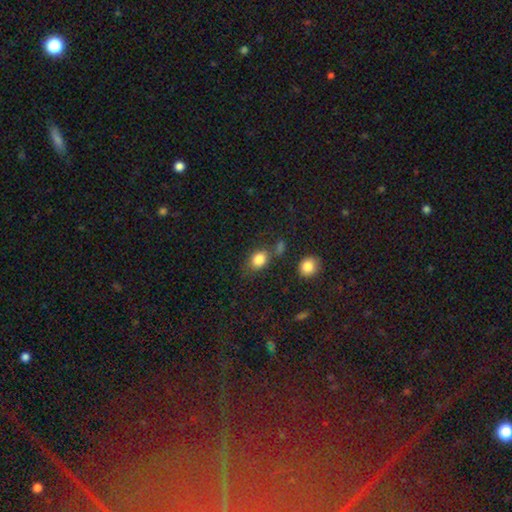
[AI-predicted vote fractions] smooth_or_featured: star or artifact (p=0.63) [alt: smooth p=0.22]